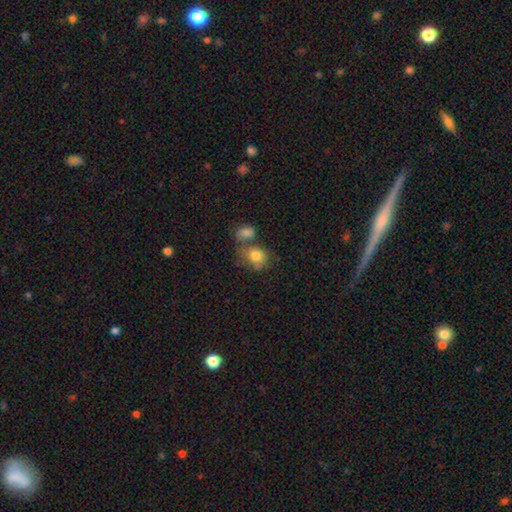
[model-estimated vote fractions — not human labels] smooth-or-featured: smooth: 77% | featured or disk: 14% | star or artifact: 9%
  how-rounded: round: 54% | in between: 45% | cigar-shaped: 1%
  merging: merger: 40% | none: 36% | minor disturbance: 16% | major disturbance: 9%